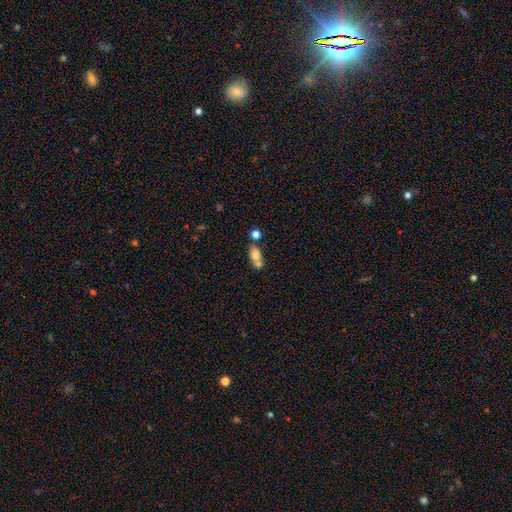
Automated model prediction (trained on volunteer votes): Overall: smooth (72%). How rounded: in between (77%). Merging: merger (46%; none 37%).